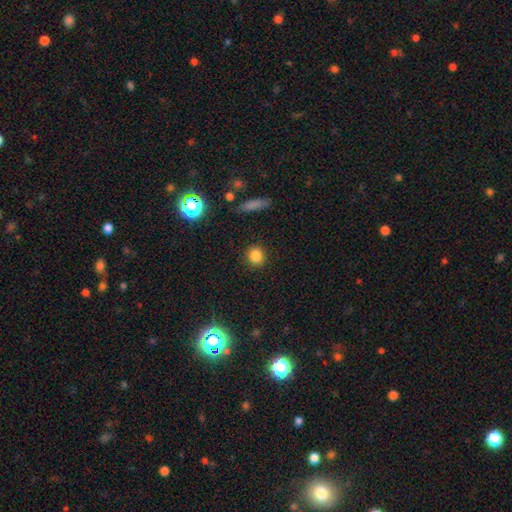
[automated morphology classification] Q: Smooth or featured?
A: smooth (83%); runner-up: star or artifact (13%)
Q: How rounded?
A: round (80%); runner-up: in between (18%)
Q: Merging?
A: none (89%); runner-up: minor disturbance (7%)